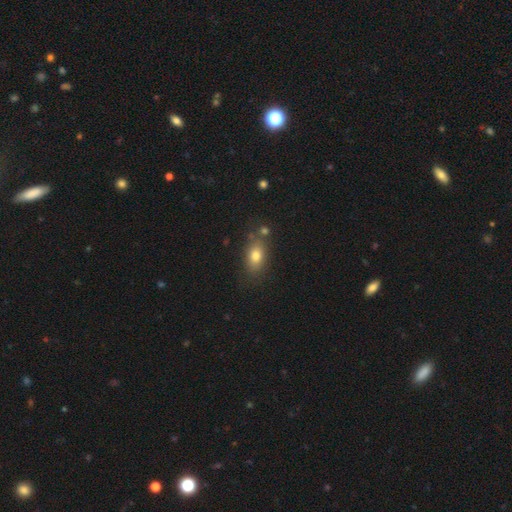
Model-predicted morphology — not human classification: smooth_or_featured: smooth (p=0.78) [alt: featured or disk p=0.11]
how_rounded: in between (p=0.78) [alt: round p=0.19]
merging: none (p=0.72) [alt: minor disturbance p=0.14]